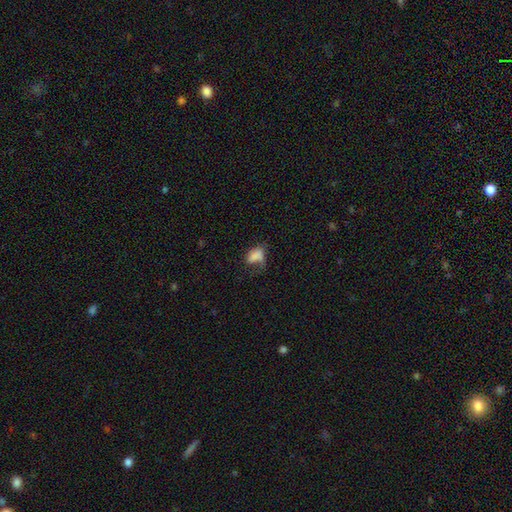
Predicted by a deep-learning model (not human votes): Smooth or featured? smooth (70%)
How rounded? in between (88%)
Merging? major disturbance (45%)